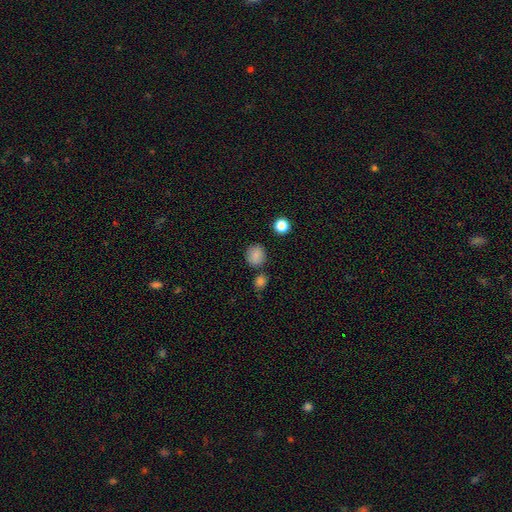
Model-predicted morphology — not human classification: smooth 84%, star or artifact 11%, featured or disk 5%. Down the decision tree: how rounded — round (84%); merging — none (80%).